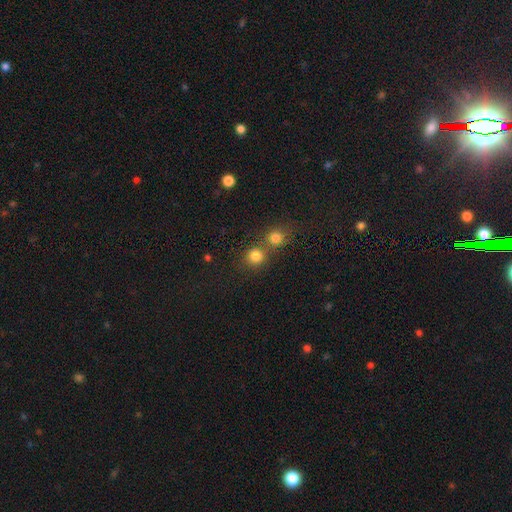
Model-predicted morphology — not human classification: Overall: smooth (81%). How rounded: round (88%). Merging: none (57%; merger 33%).